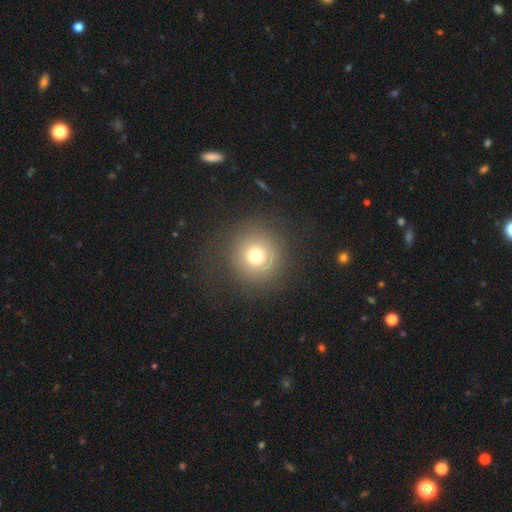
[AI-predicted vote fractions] Q: Smooth or featured?
A: smooth (71%); runner-up: star or artifact (16%)
Q: How rounded?
A: round (95%); runner-up: in between (4%)
Q: Merging?
A: none (82%); runner-up: minor disturbance (9%)